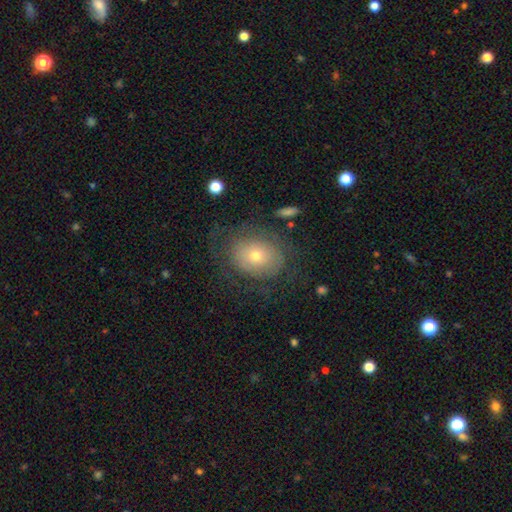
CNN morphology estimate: The model was most divided on "how rounded": round: 53%, in between: 46%, cigar-shaped: 1%. More confident: merging — none (66%); smooth or featured — smooth (51%).